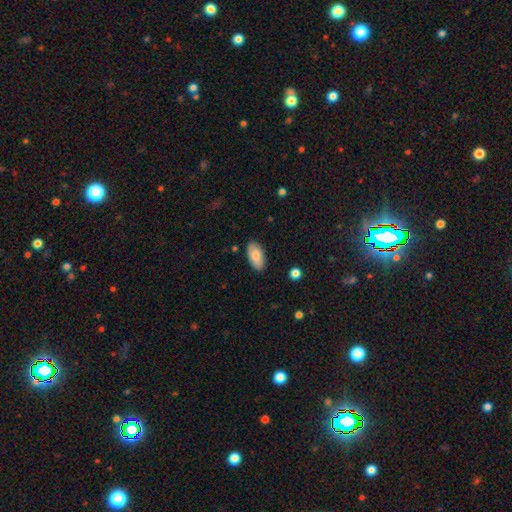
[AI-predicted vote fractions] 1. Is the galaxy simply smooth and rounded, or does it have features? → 83% smooth, 11% featured or disk, 6% star or artifact.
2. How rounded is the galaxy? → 94% in between, 4% cigar-shaped, 2% round.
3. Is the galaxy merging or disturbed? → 86% none, 11% minor disturbance, 2% major disturbance, 1% merger.